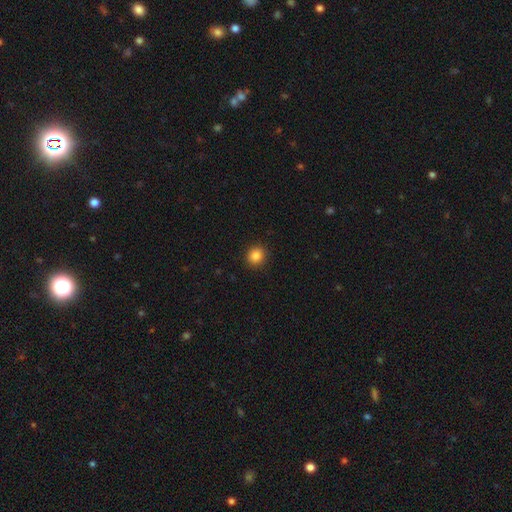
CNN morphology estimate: Smooth or featured? smooth (86%)
How rounded? round (87%)
Merging? none (91%)